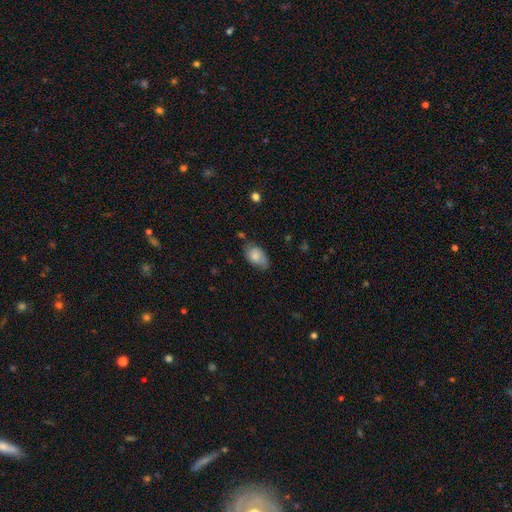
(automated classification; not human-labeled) This appears to be a smooth galaxy with no disk features (76%) that is in between round and cigar-shaped (91%). Merging: none (59%).